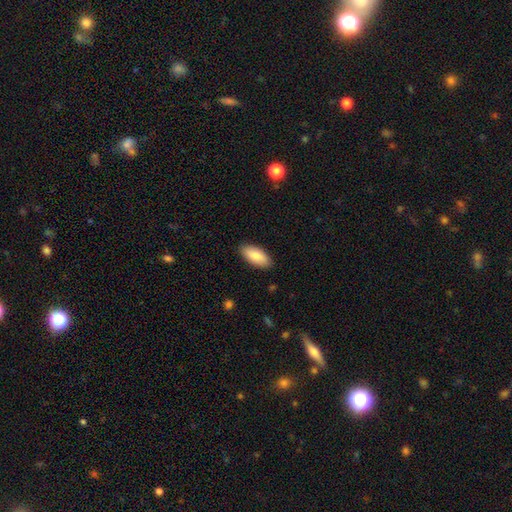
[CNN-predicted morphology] Overall: smooth (84%). How rounded: in between (89%). Merging: none (87%).